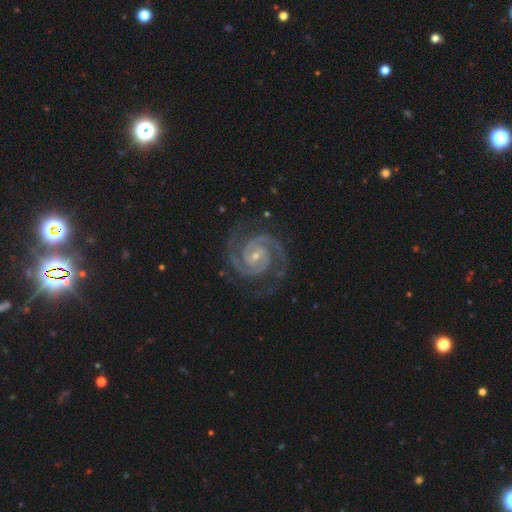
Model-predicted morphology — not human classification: Smooth or featured? Predicted: featured or disk (p=0.94). Edge-on disk? Predicted: no (p=0.98). Bar? Predicted: no (p=0.45). Spiral arms? Predicted: yes (p=0.99). Spiral winding? Predicted: tight (p=0.69). Spiral arm count? Predicted: 2 (p=0.91). Bulge size? Predicted: small (p=0.71). Merging? Predicted: none (p=0.82).